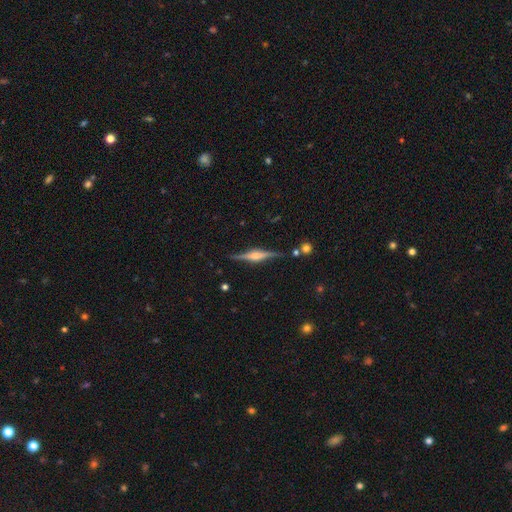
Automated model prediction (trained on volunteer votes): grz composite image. It shows a featured or disk galaxy (84%) viewed edge-on (98%) with a rounded central bulge (77%). Merging: none (87%).